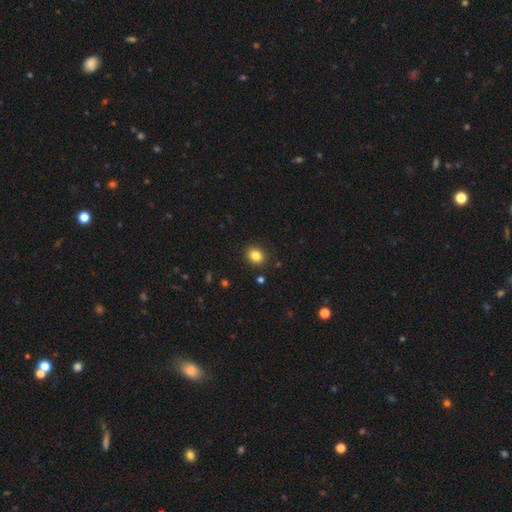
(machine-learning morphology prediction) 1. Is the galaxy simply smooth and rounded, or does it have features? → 84% smooth, 11% star or artifact, 5% featured or disk.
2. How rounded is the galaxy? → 60% round, 39% in between, 1% cigar-shaped.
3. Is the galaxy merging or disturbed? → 89% none, 7% minor disturbance, 2% major disturbance, 1% merger.